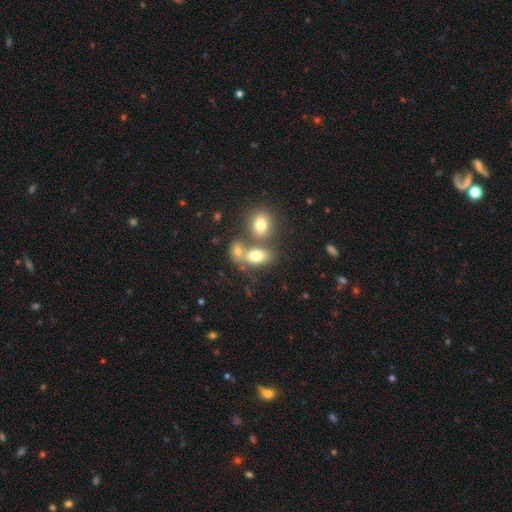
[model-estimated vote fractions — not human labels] Smooth or featured: smooth — 75% (featured or disk — 15%)
How rounded: in between — 80% (round — 17%)
Merging: merger — 46% (none — 38%)